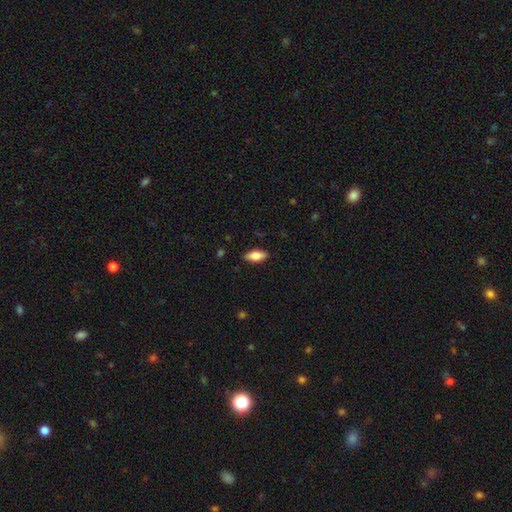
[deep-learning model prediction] Morphology: type=smooth (74%); roundness=in between (83%); merging=none (88%).